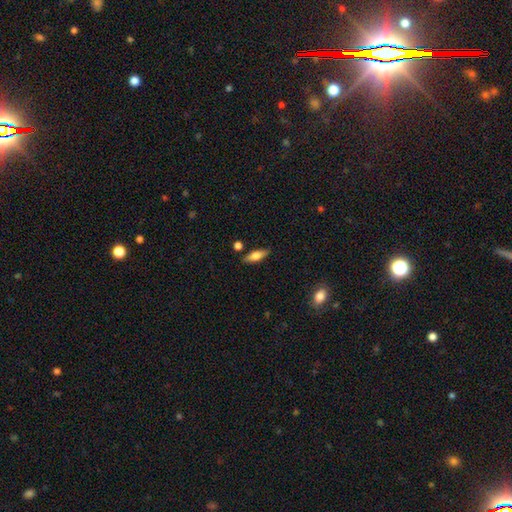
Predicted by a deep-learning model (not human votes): Morphology: type=smooth (62%); roundness=in between (58%); merging=none (83%).